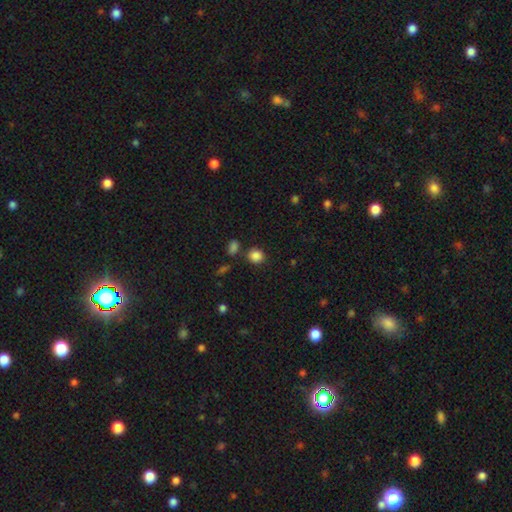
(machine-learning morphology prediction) Smooth or featured: smooth — 85% (star or artifact — 11%)
How rounded: round — 81% (in between — 18%)
Merging: none — 79% (minor disturbance — 9%)